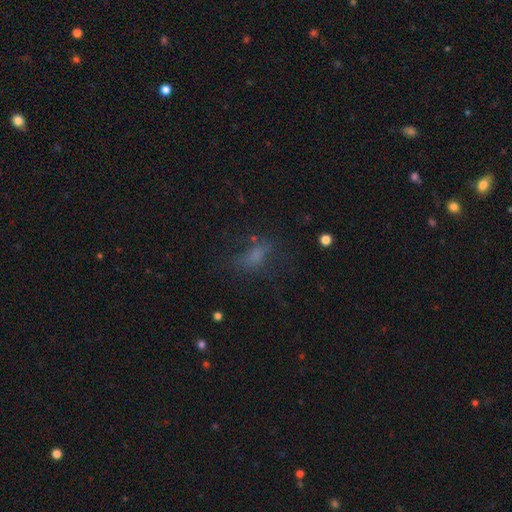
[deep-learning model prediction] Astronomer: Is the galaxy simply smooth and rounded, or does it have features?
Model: smooth — 56%.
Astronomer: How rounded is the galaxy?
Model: in between — 73%.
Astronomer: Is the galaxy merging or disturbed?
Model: none — 52%.